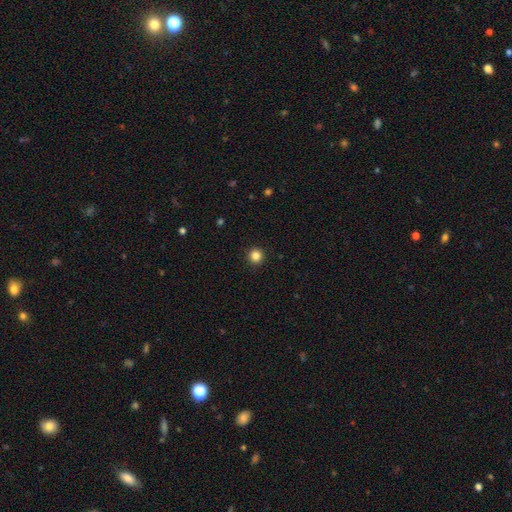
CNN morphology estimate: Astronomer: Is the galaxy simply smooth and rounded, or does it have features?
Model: smooth — 84%.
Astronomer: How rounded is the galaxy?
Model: round — 96%.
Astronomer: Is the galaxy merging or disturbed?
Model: none — 93%.